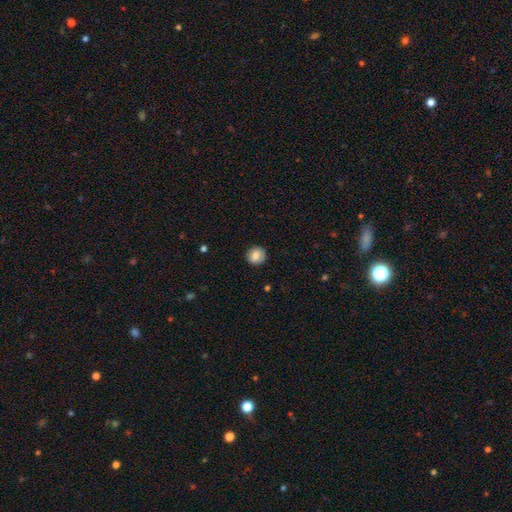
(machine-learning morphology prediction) Smooth or featured? smooth (80%)
How rounded? round (83%)
Merging? none (86%)